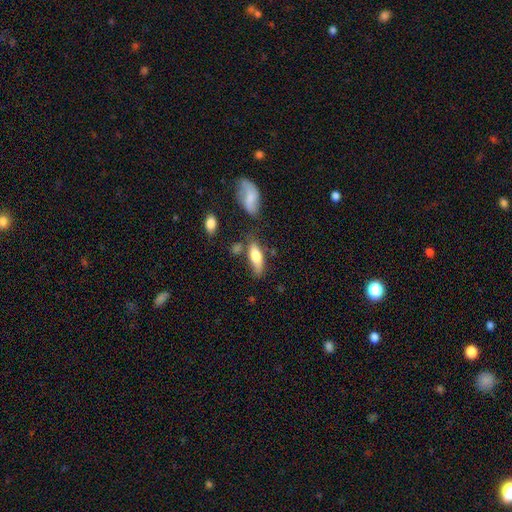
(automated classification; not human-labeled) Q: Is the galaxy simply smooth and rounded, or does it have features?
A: smooth — 72%.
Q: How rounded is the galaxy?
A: in between — 67%.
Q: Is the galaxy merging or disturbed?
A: none — 55%.